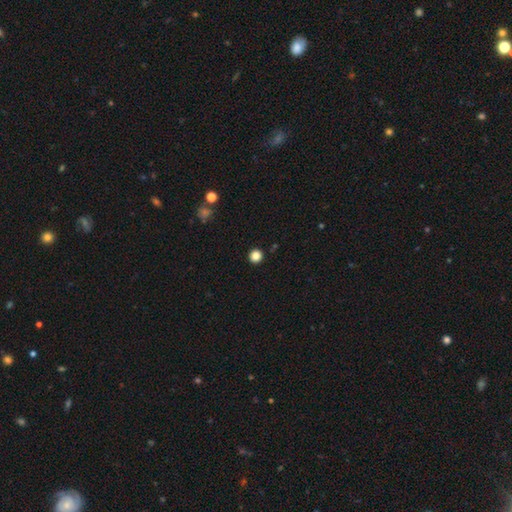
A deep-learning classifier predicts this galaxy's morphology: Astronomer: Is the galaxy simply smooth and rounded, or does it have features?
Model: smooth — 85%.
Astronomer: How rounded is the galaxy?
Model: round — 93%.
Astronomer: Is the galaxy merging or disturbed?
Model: none — 92%.